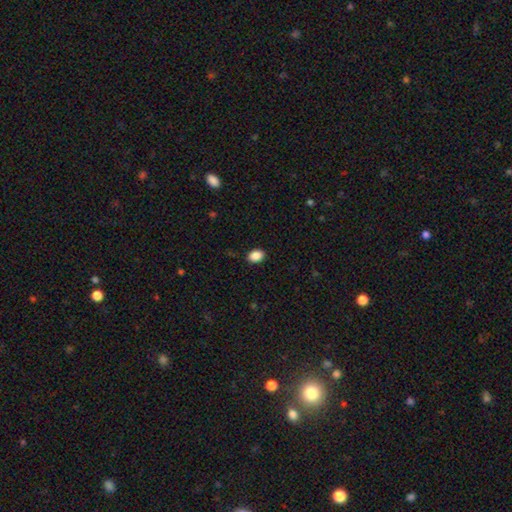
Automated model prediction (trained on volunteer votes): Smooth or featured? Predicted: smooth (p=0.88). How rounded? Predicted: in between (p=0.76). Merging? Predicted: none (p=0.89).